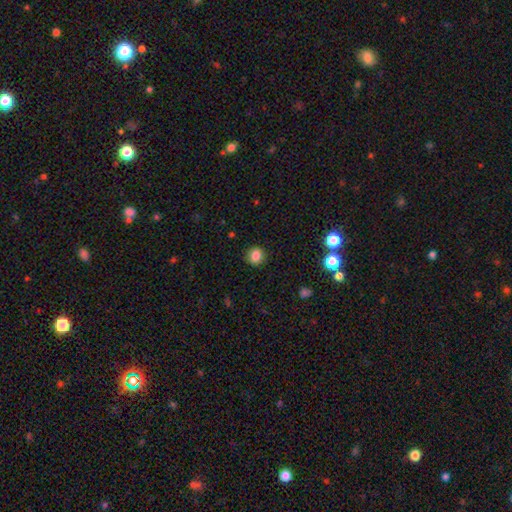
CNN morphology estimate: type=smooth (83%); roundness=round (80%); merging=none (89%).